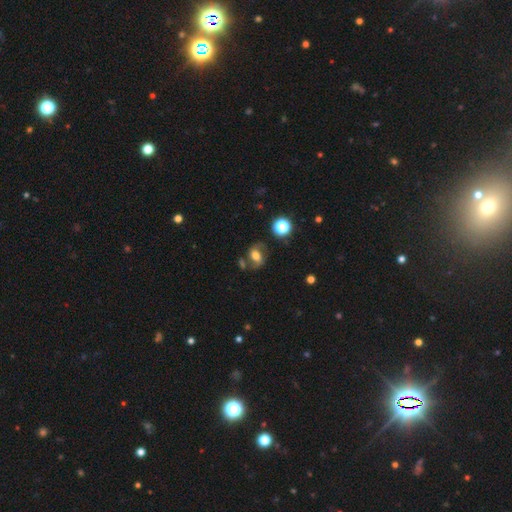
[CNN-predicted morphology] This is marginally a featured or disk galaxy (44%). Merging: possibly none (58%).